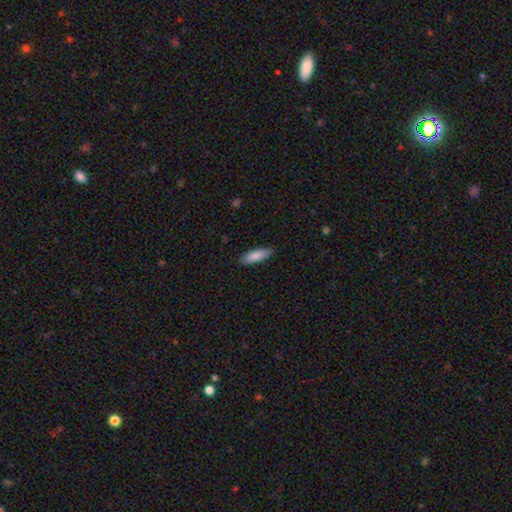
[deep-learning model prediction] smooth-or-featured: smooth: 86% | featured or disk: 8% | star or artifact: 6%
  how-rounded: in between: 49% (tied) | cigar-shaped: 49% (tied) | round: 2%
  merging: none: 87% | minor disturbance: 10% | major disturbance: 2% | merger: 1%